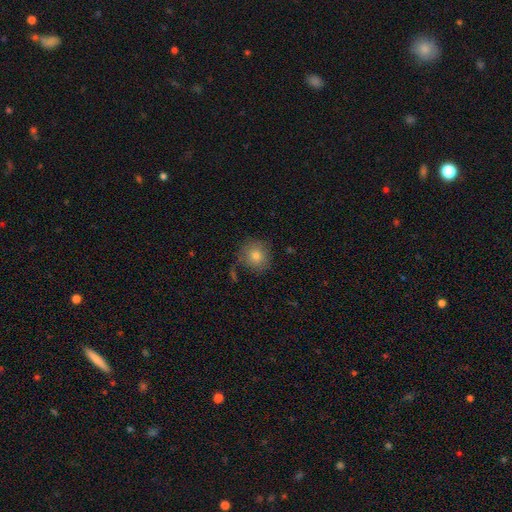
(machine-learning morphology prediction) type=smooth (78%); roundness=round (92%); merging=none (79%).